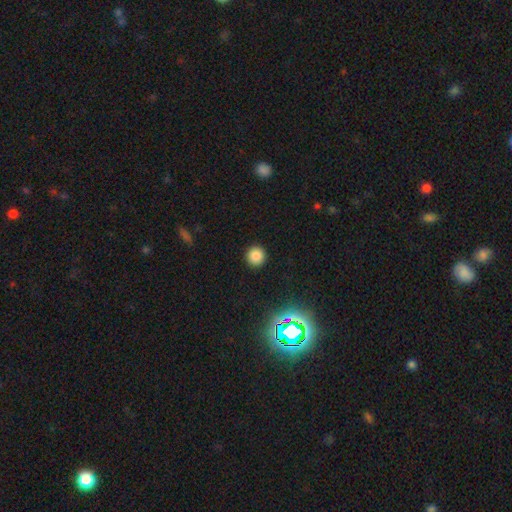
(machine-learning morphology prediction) A smooth galaxy with no disk features (81%) that is round (95%). Merging: none (92%).